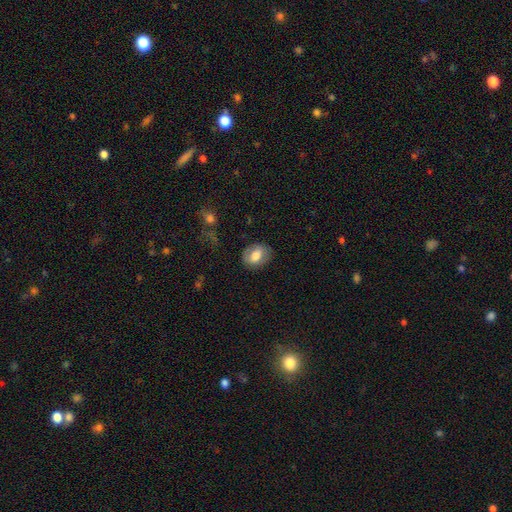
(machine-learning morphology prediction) Overall: smooth (71%). How rounded: in between (62%; round 37%). Merging: none (81%).